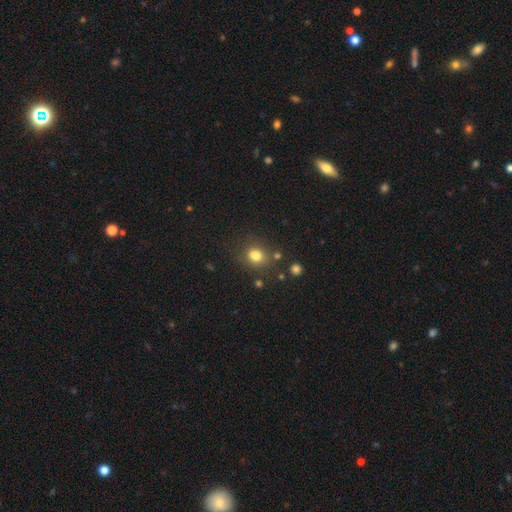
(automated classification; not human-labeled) This appears to be a smooth galaxy with no disk features (79%) that is round (65%). Merging: none (73%).